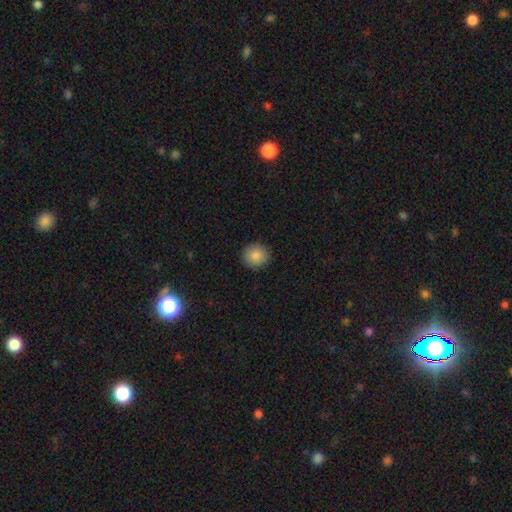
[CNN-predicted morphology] Overall: smooth (85%). How rounded: round (90%). Merging: none (91%).